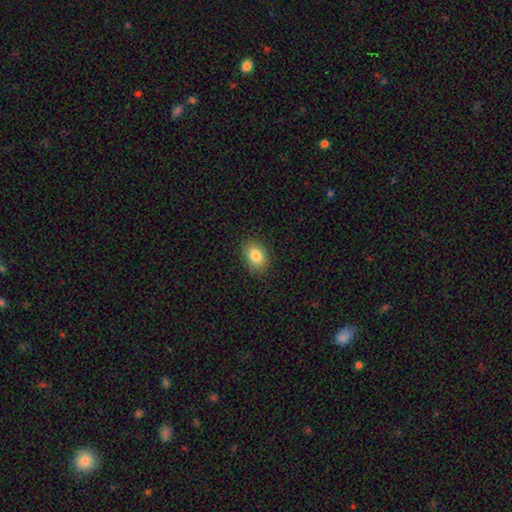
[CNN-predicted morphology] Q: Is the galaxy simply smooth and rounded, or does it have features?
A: smooth — 83%.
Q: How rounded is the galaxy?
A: in between — 75%.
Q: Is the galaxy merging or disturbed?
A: none — 86%.